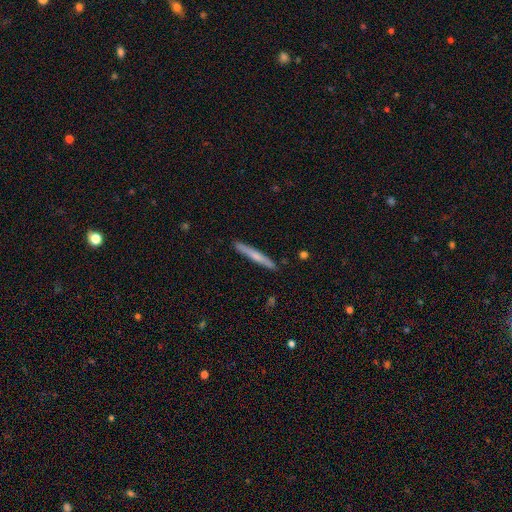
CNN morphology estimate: smooth_or_featured: smooth (p=0.58) [alt: featured or disk p=0.37]
how_rounded: cigar-shaped (p=0.96) [alt: in between p=0.03]
merging: none (p=0.90) [alt: minor disturbance p=0.07]